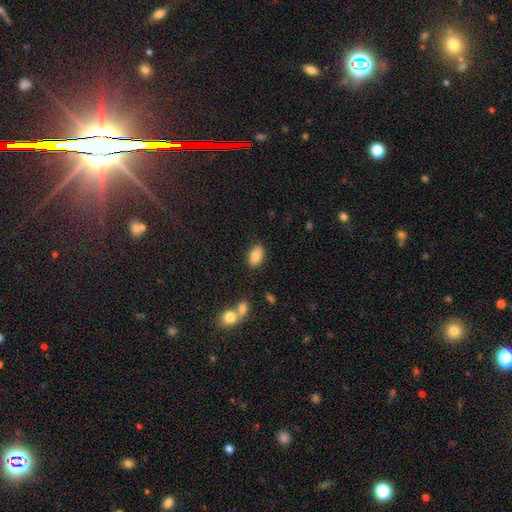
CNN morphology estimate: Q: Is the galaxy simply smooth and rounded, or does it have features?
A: smooth — 85%.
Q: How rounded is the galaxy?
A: in between — 89%.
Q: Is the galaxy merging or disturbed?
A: none — 84%.